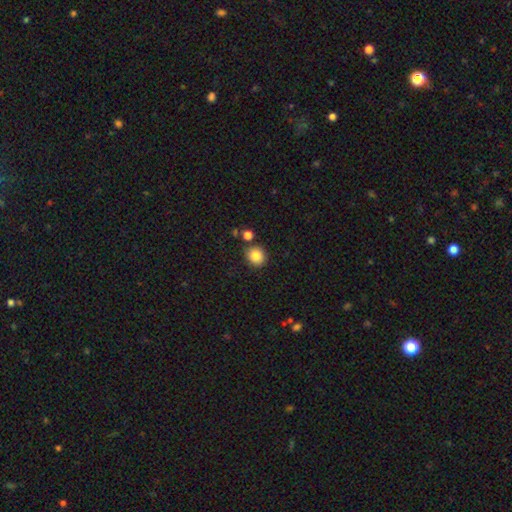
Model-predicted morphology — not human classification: This is clearly a smooth galaxy (85%). How rounded: clearly round (83%). Merging: clearly none (82%).